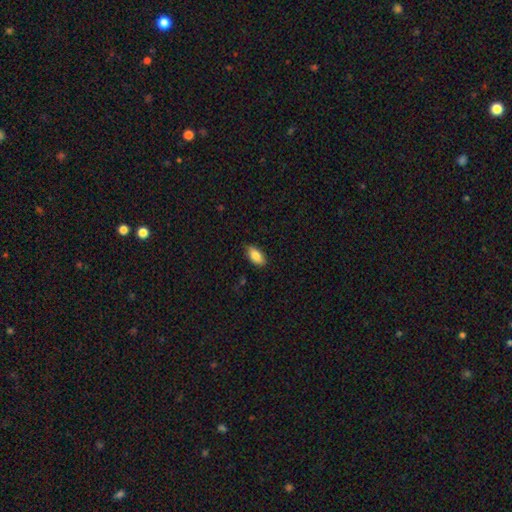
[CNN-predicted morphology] Smooth or featured? Predicted: smooth (p=0.84). How rounded? Predicted: in between (p=0.91). Merging? Predicted: none (p=0.84).